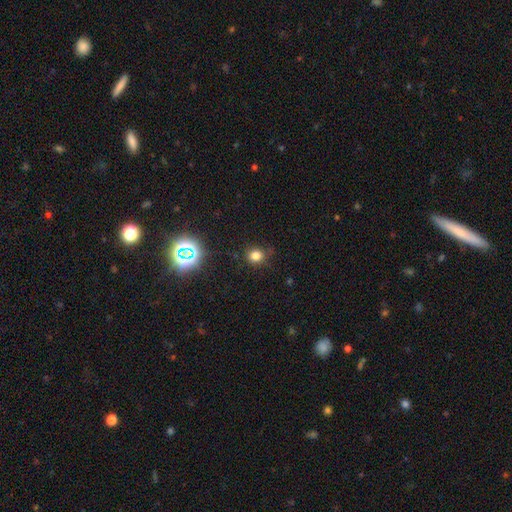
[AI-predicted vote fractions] The model was most divided on "smooth or featured": smooth: 76%, star or artifact: 19%, featured or disk: 5%. More confident: merging — none (80%); how rounded — round (79%).